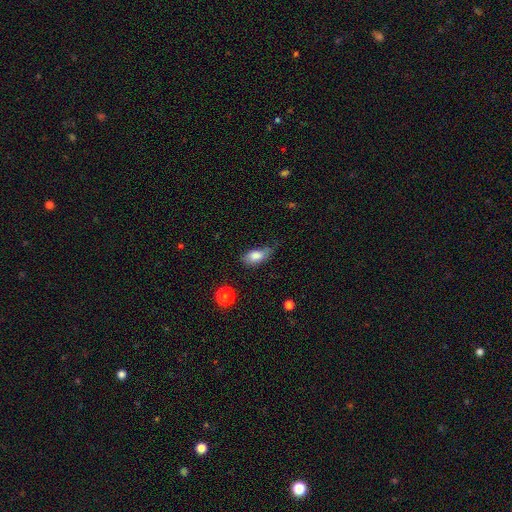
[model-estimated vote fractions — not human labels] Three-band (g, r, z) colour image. It shows a smooth galaxy with no disk features (80%) that is in between round and cigar-shaped (87%). Merging: none (43%).